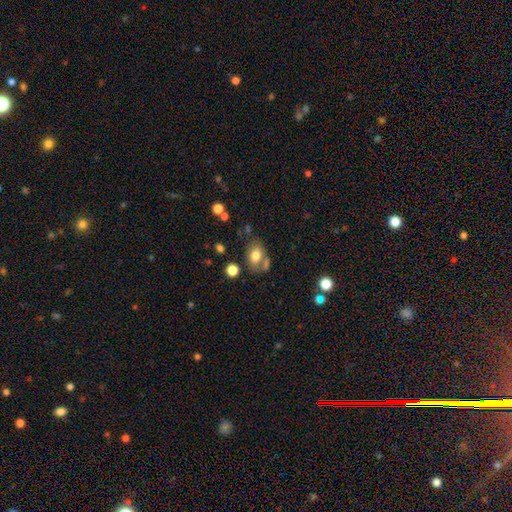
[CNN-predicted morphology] Smooth or featured? smooth (75%)
How rounded? in between (79%)
Merging? none (57%)